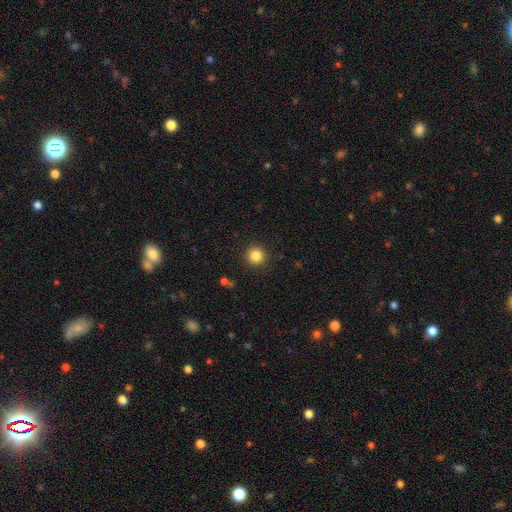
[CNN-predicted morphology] Q: Smooth or featured?
A: smooth (84%); runner-up: star or artifact (11%)
Q: How rounded?
A: round (95%); runner-up: in between (4%)
Q: Merging?
A: none (92%); runner-up: minor disturbance (5%)